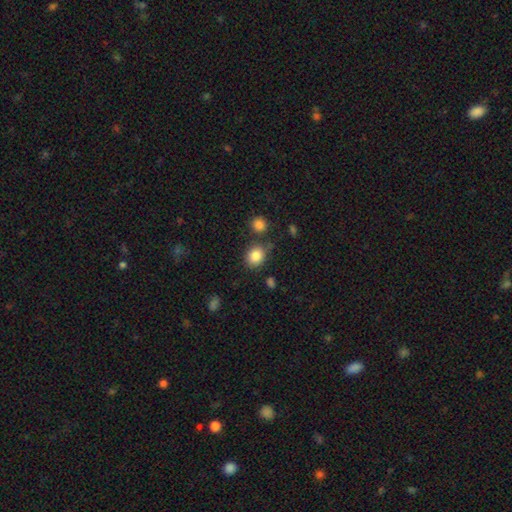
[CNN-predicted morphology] Smooth or featured? smooth (85%)
How rounded? round (67%)
Merging? none (75%)